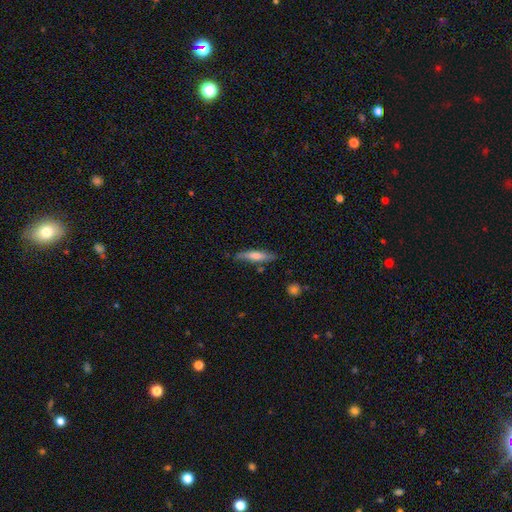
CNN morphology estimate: Overall: smooth (60%; featured or disk 34%). How rounded: cigar-shaped (78%). Merging: none (75%).